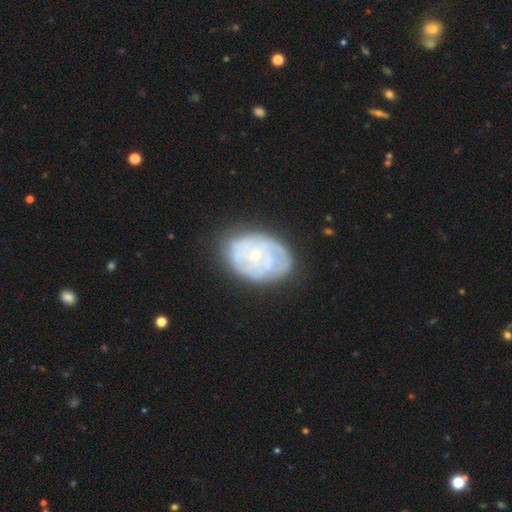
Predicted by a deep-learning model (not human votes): The model was most divided on "spiral arms": yes: 68%, no: 32%. More confident: edge-on disk — no (97%); bar — no (78%); bulge size — small (72%); merging — none (68%); smooth or featured — featured or disk (67%).